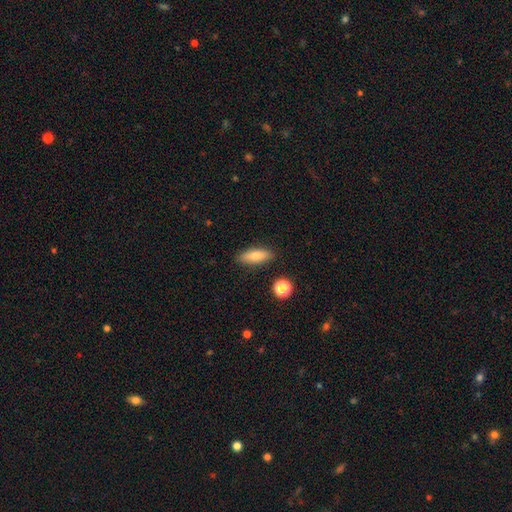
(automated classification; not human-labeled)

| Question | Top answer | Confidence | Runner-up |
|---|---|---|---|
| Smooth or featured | smooth | 77% | featured or disk (15%) |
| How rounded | in between | 62% | cigar-shaped (35%) |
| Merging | none | 86% | minor disturbance (9%) |